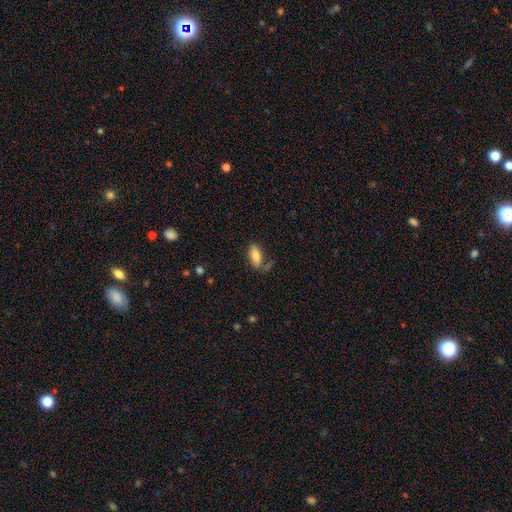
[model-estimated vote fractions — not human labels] smooth-or-featured: smooth: 79% | featured or disk: 14% | star or artifact: 7%
  how-rounded: in between: 80% | cigar-shaped: 17% | round: 2%
  merging: none: 68% | minor disturbance: 18% | merger: 8% | major disturbance: 6%